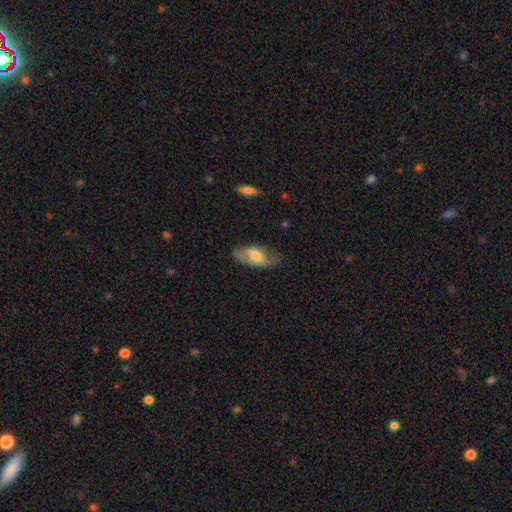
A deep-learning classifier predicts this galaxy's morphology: smooth-or-featured: smooth: 54% | featured or disk: 40% | star or artifact: 7%
  how-rounded: in between: 89% | cigar-shaped: 7% | round: 4%
  merging: none: 58% | minor disturbance: 27% | major disturbance: 13% | merger: 2%